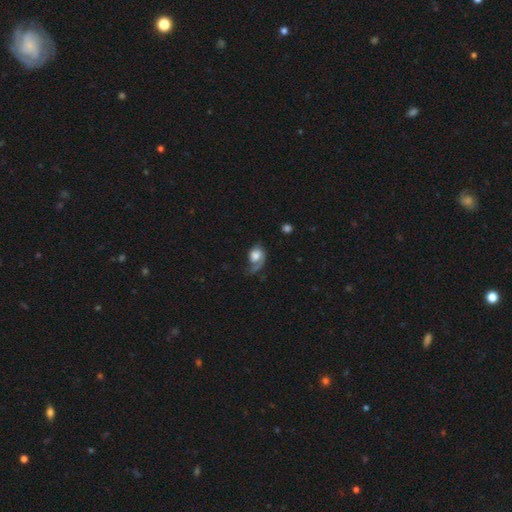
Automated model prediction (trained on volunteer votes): Smooth or featured? Predicted: featured or disk (p=0.52). Edge-on disk? Predicted: no (p=0.97). Bar? Predicted: no (p=0.71). Spiral arms? Predicted: yes (p=0.83). Bulge size? Predicted: large (p=0.41). Merging? Predicted: major disturbance (p=0.40).